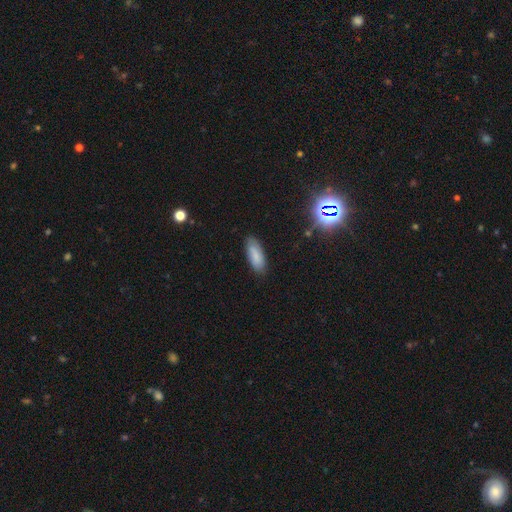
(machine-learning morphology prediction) The model was most divided on "how rounded": in between: 76%, cigar-shaped: 22%, round: 2%. More confident: merging — none (83%); smooth or featured — smooth (83%).